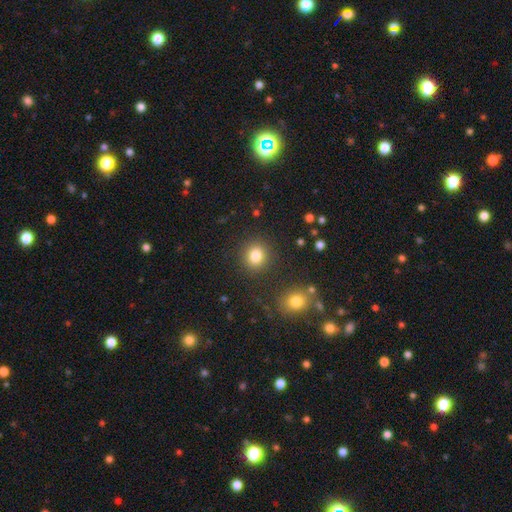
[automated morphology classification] This is clearly a smooth galaxy (82%). How rounded: clearly round (85%). Merging: clearly none (88%).